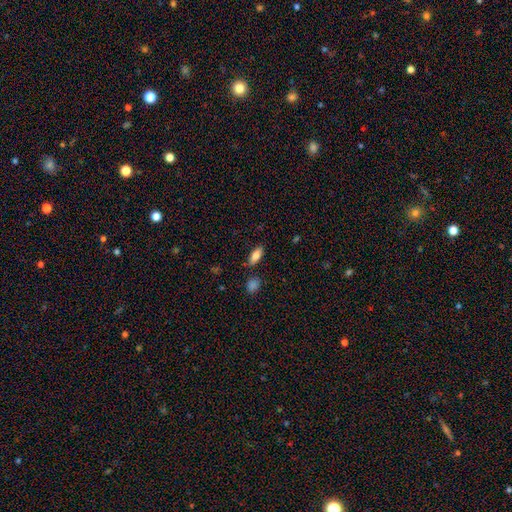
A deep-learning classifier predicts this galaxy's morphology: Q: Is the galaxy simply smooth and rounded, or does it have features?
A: smooth — 76%.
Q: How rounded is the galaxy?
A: in between — 77%.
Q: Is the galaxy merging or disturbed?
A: none — 84%.